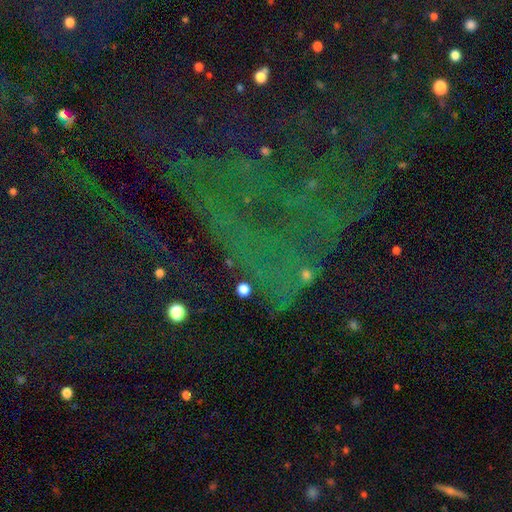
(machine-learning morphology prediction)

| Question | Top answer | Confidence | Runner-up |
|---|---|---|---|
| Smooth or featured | star or artifact | 72% | featured or disk (15%) |